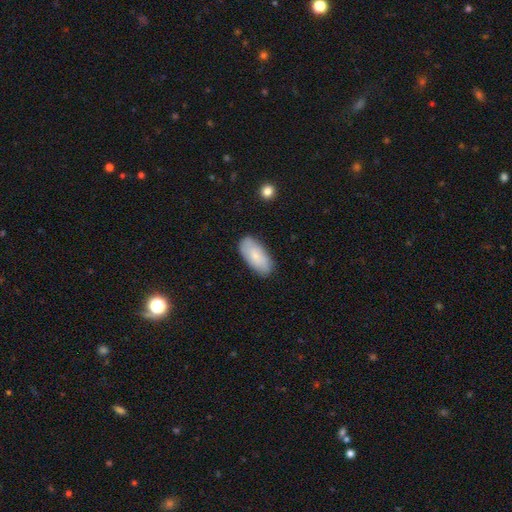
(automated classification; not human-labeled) Smooth or featured: smooth — 79% (featured or disk — 15%)
How rounded: in between — 91% (cigar-shaped — 7%)
Merging: none — 83% (minor disturbance — 13%)